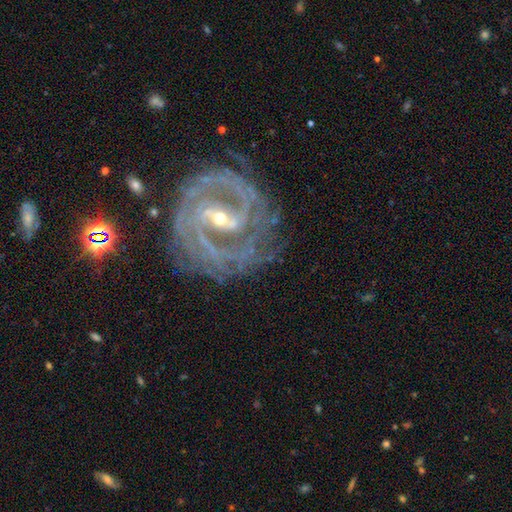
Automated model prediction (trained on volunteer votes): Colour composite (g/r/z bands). It shows a featured or disk galaxy (90%) with a strong bar (48%), 2 (49%) tight (61%) spiral arms (97%) and a small central bulge (61%). Merging: none (73%).